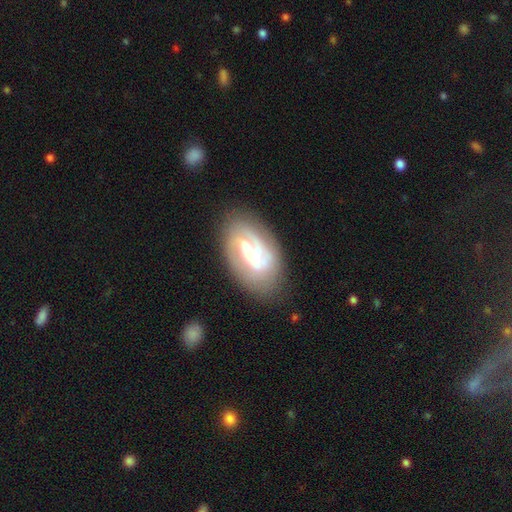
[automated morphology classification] The model was most divided on "spiral winding": tight: 43%, medium: 41%, loose: 17%. Remaining: edge-on disk — no (96%); spiral arms — yes (93%); smooth or featured — featured or disk (78%); merging — none (73%); spiral arm count — 2 (47%); bulge size — small (47%); bar — weak (47%).